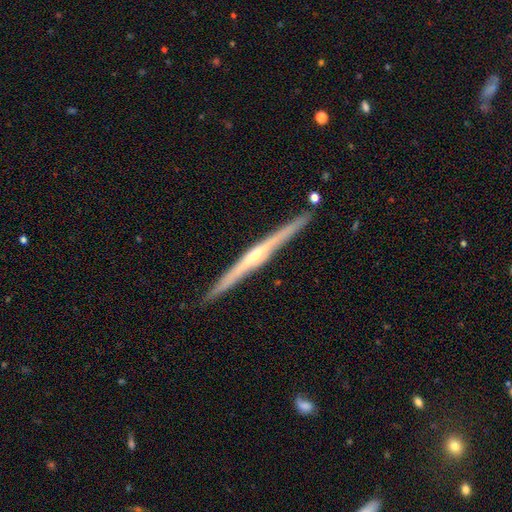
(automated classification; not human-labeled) featured or disk 82%, smooth 12%, star or artifact 5%. Down the decision tree: edge-on disk — yes (98%); edge-on bulge — rounded (78%); merging — none (91%).